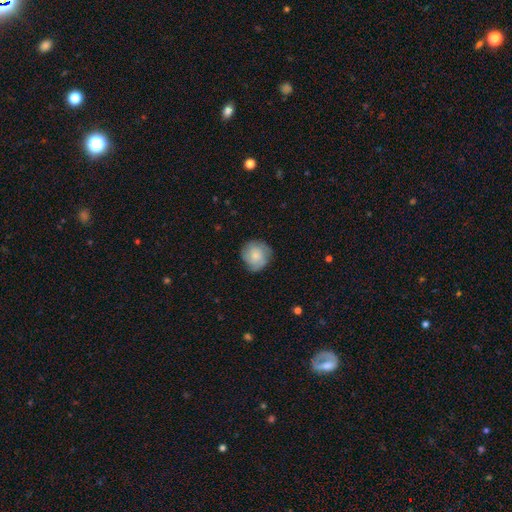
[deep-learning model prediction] Smooth or featured? smooth (64%)
How rounded? round (88%)
Merging? none (72%)